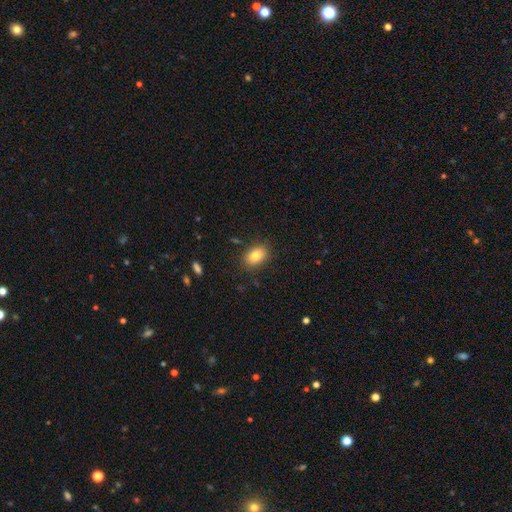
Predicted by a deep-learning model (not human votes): smooth 81%, featured or disk 9%, star or artifact 9%. Down the decision tree: how rounded — in between (77%); merging — none (85%).